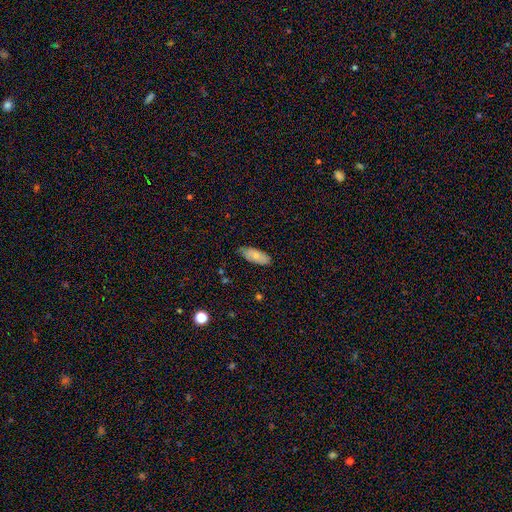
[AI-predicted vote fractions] Overall: smooth (77%). How rounded: in between (86%). Merging: none (77%).